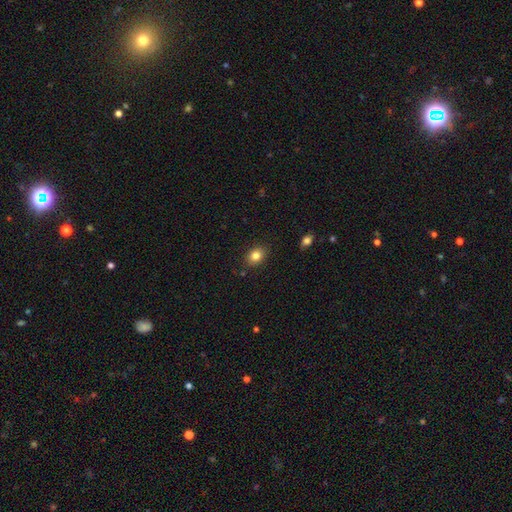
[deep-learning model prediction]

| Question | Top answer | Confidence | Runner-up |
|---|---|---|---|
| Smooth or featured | smooth | 82% | star or artifact (10%) |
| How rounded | in between | 57% | round (42%) |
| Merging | none | 87% | minor disturbance (10%) |